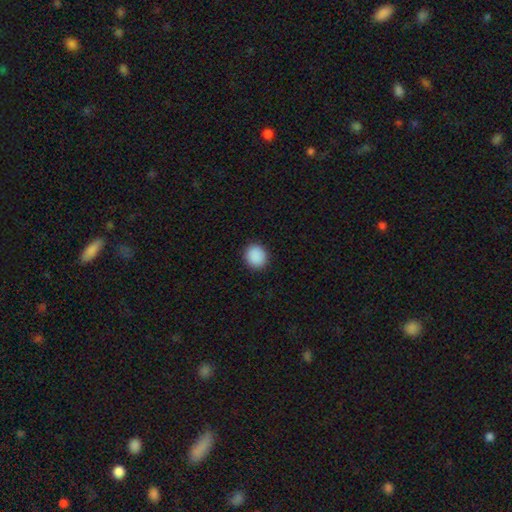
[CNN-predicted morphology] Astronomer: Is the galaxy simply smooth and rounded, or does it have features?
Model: smooth — 90%.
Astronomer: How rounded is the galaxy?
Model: round — 81%.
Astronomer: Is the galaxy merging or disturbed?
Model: none — 91%.